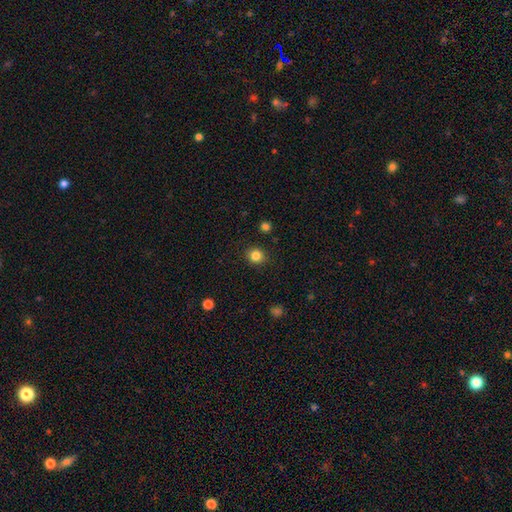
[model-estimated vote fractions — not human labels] smooth_or_featured: smooth (p=0.84) [alt: star or artifact p=0.12]
how_rounded: round (p=0.88) [alt: in between p=0.11]
merging: none (p=0.90) [alt: minor disturbance p=0.06]